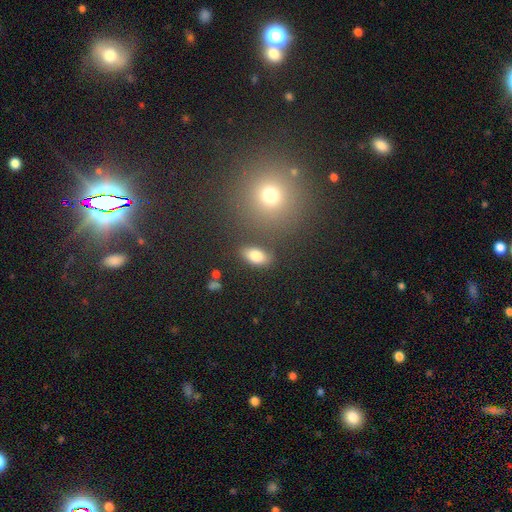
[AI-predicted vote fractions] This is clearly a smooth galaxy (82%). How rounded: clearly in between (89%). Merging: likely none (79%).